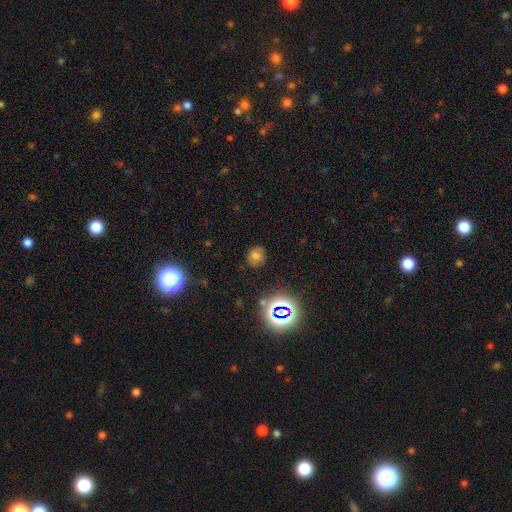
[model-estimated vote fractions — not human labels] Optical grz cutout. It shows a smooth galaxy with no disk features (63%) that is round (69%). Merging: none (82%).